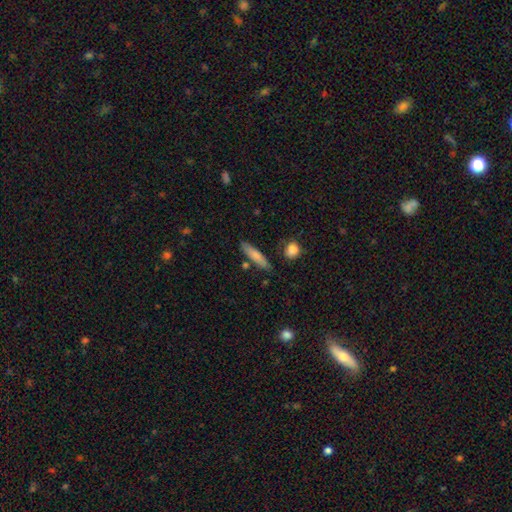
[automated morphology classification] smooth 78%, featured or disk 16%, star or artifact 6%. Down the decision tree: how rounded — cigar-shaped (77%); merging — none (79%).